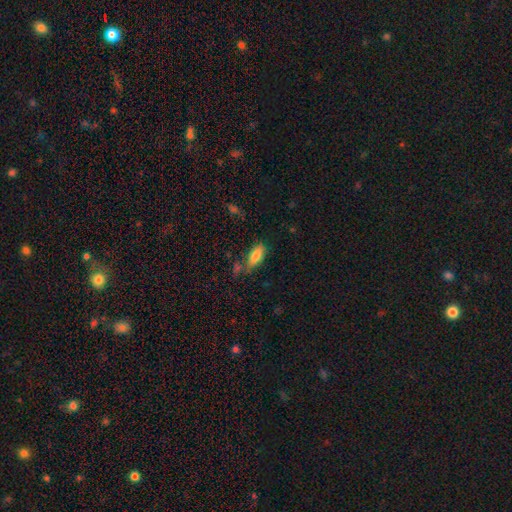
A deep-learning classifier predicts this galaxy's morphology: Smooth or featured? Predicted: smooth (p=0.79). How rounded? Predicted: in between (p=0.76). Merging? Predicted: none (p=0.58).